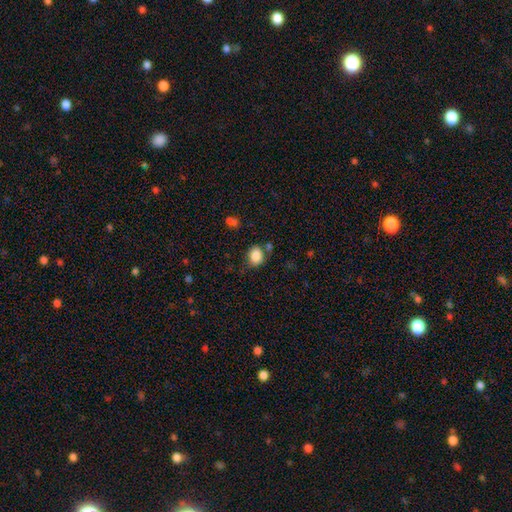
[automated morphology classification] A smooth galaxy with no disk features (86%) that is in between round and cigar-shaped (55%).

Vote fractions:
- Smooth or featured? smooth: 86% / star or artifact: 9% / featured or disk: 5%
- How rounded? in between: 55% / round: 44% / cigar-shaped: 1%
- Merging? none: 69% / minor disturbance: 18% / merger: 8% / major disturbance: 5%